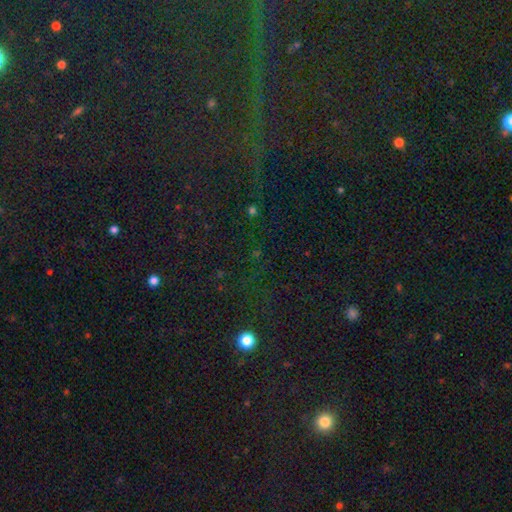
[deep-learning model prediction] Smooth or featured: star or artifact — 81% (smooth — 11%)